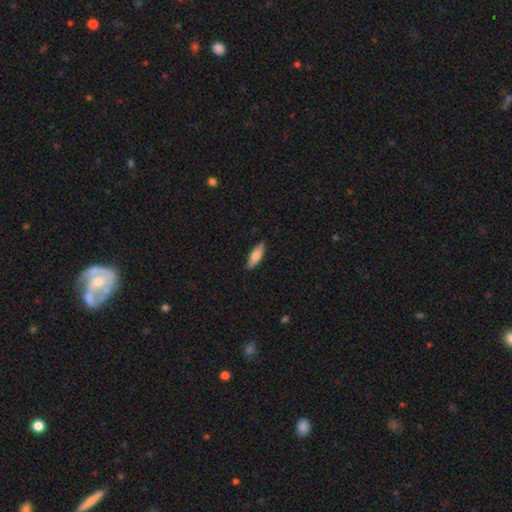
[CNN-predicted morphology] This is likely a smooth galaxy (76%). How rounded: possibly in between (56%). Merging: clearly none (88%).